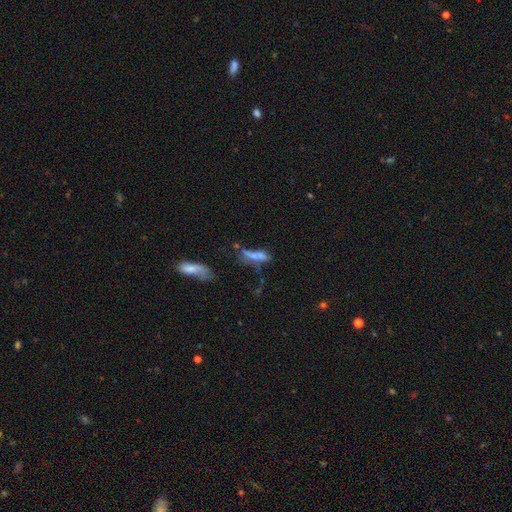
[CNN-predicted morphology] The model was most divided on "how rounded": cigar-shaped: 51%, in between: 44%, round: 4%. Remaining: smooth or featured — smooth (52%); merging — merger (37%).